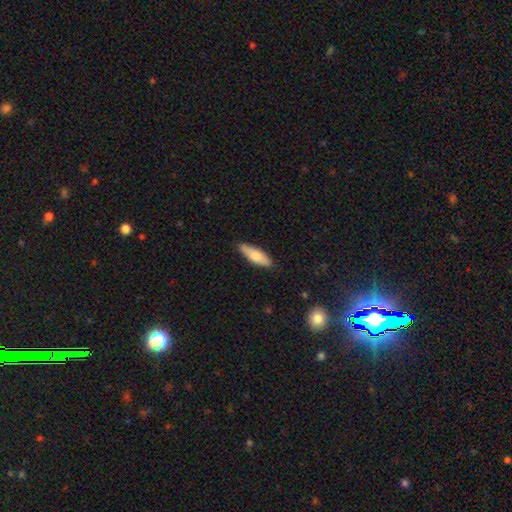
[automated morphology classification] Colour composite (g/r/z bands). It shows a smooth galaxy with no disk features (75%) that is in between round and cigar-shaped (49%, tied with cigar-shaped). Merging: none (85%).